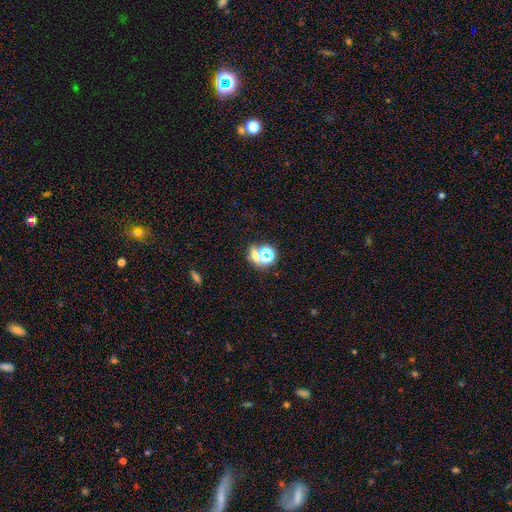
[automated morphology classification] This appears to be a star or artifact, not a galaxy (55%).